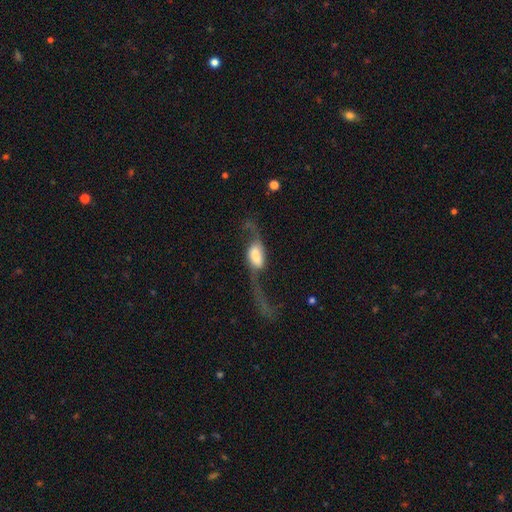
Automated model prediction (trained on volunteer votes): Smooth or featured?
  - featured or disk: 60% *
  - smooth: 32%
  - star or artifact: 8%
Edge-on disk?
  - no: 86% *
  - yes: 14%
Bar?
  - no: 45% *
  - weak: 29%
  - strong: 26%
Spiral arms?
  - yes: 82% *
  - no: 18%
Bulge size?
  - dominant: 38% *
  - large: 31%
  - none: 17%
  - moderate: 8%
  - small: 7%
Merging?
  - major disturbance: 48% *
  - none: 29%
  - minor disturbance: 16%
  - merger: 8%